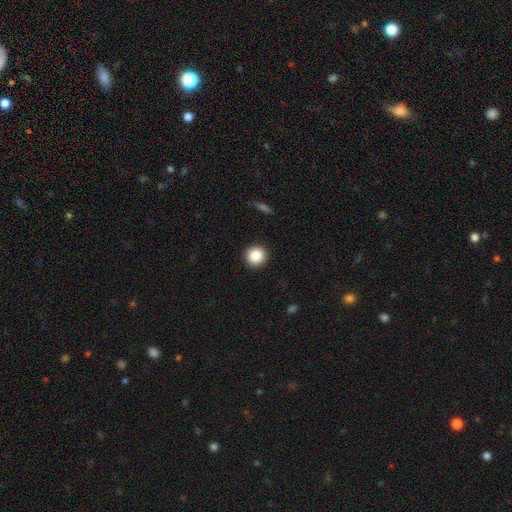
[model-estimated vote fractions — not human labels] smooth 86%, star or artifact 9%, featured or disk 5%. Down the decision tree: how rounded — round (94%); merging — none (92%).